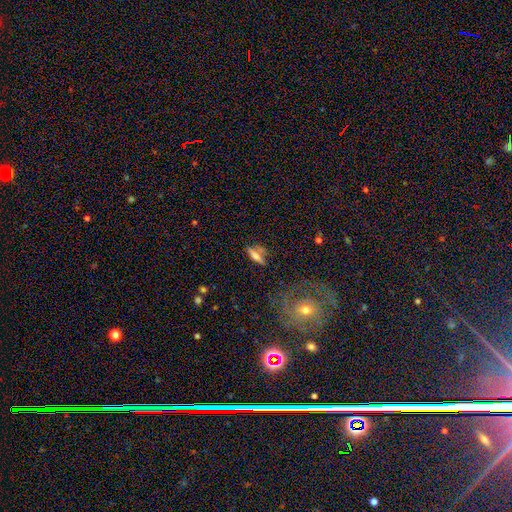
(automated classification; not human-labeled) Q: Smooth or featured?
A: smooth (58%); runner-up: featured or disk (29%)
Q: How rounded?
A: cigar-shaped (52%); runner-up: in between (42%)
Q: Merging?
A: none (71%); runner-up: minor disturbance (15%)